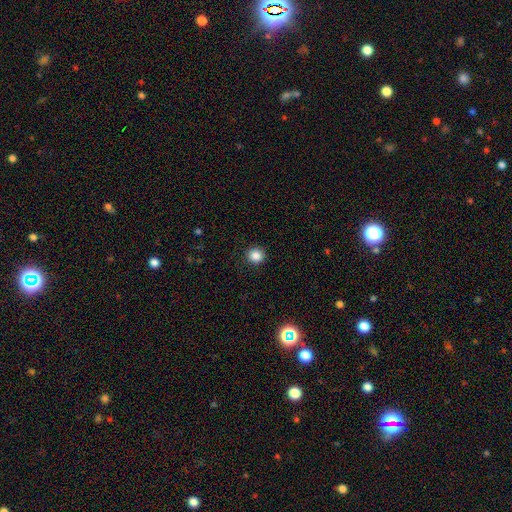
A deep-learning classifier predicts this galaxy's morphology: smooth 86%, star or artifact 11%, featured or disk 3%. Down the decision tree: how rounded — round (93%); merging — none (92%).